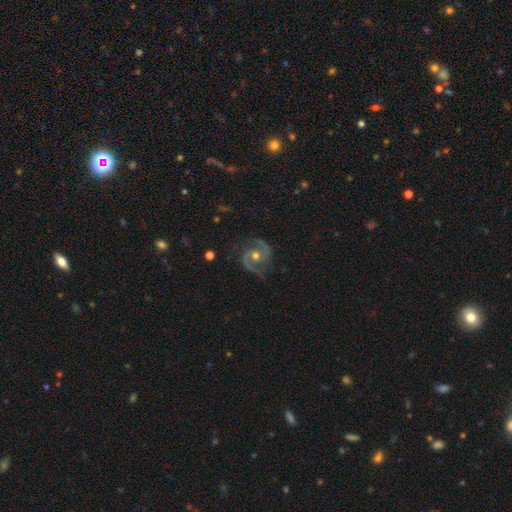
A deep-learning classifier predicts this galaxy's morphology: Smooth or featured?
  - featured or disk: 90% *
  - star or artifact: 5%
  - smooth: 4%
Edge-on disk?
  - no: 98% *
  - yes: 2%
Bar?
  - no: 65% *
  - weak: 26%
  - strong: 8%
Spiral arms?
  - yes: 98% *
  - no: 2%
Spiral winding?
  - medium: 59% *
  - tight: 23%
  - loose: 17%
Spiral arm count?
  - 2: 93% *
  - can't tell: 2%
  - 3: 2%
  - 1: 1%
  - 4: 1%
  - more than 4: 1%
Bulge size?
  - moderate: 71% *
  - small: 24%
  - large: 3%
  - none: 1%
  - dominant: 1%
Merging?
  - none: 79% *
  - minor disturbance: 15%
  - major disturbance: 5%
  - merger: 1%